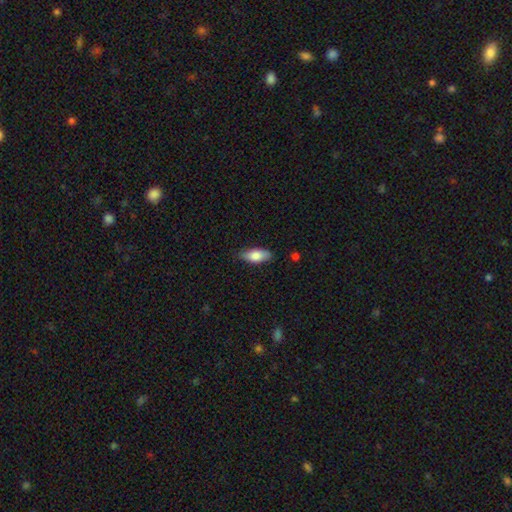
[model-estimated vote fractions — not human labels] A smooth galaxy with no disk features (80%) that is in between round and cigar-shaped (85%). Merging: none (81%).